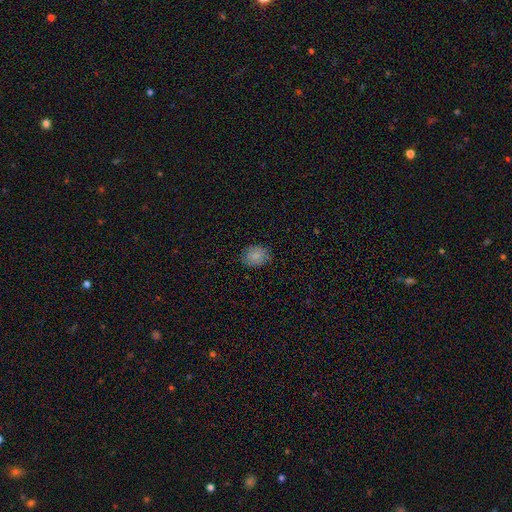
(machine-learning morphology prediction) Overall: smooth (85%). How rounded: in between (53%; round 47%). Merging: none (81%).